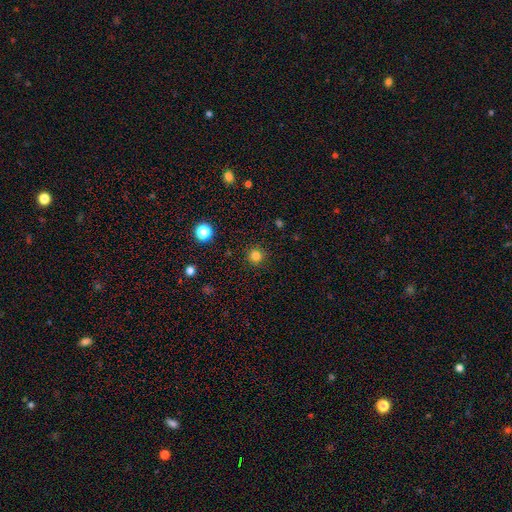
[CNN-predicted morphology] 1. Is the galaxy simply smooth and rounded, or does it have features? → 81% smooth, 14% star or artifact, 5% featured or disk.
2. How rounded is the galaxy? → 95% round, 4% in between, 1% cigar-shaped.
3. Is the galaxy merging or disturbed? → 91% none, 6% minor disturbance, 2% major disturbance, 1% merger.